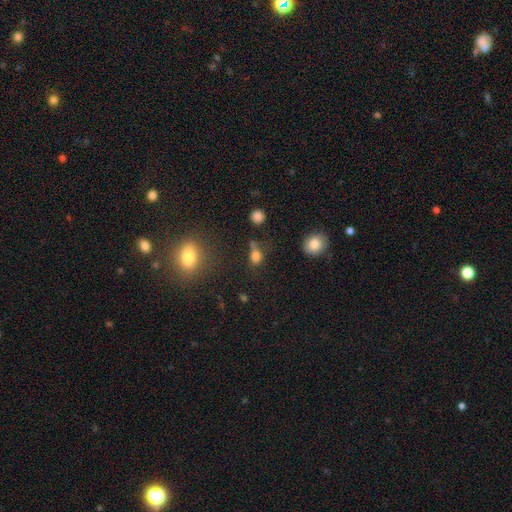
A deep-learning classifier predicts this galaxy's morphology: This appears to be a smooth galaxy with no disk features (77%) that is in between round and cigar-shaped (56%). Merging: none (50%).